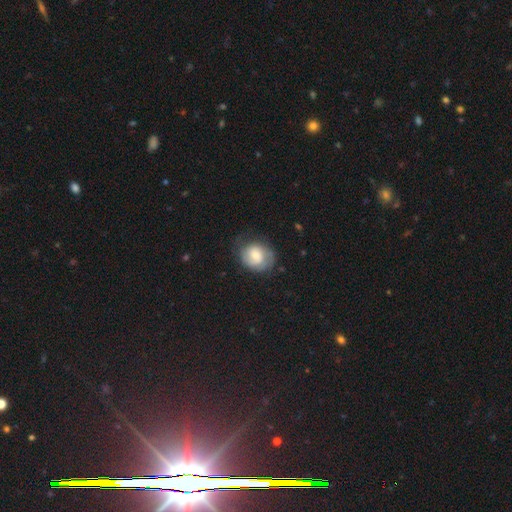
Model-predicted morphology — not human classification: Smooth or featured? smooth (52%)
How rounded? round (64%)
Merging? none (58%)